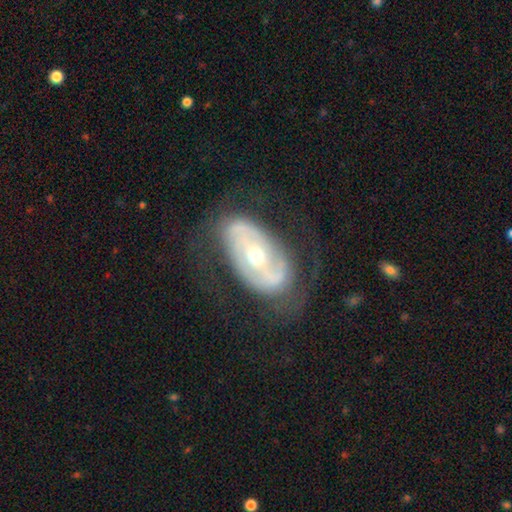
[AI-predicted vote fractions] featured or disk 79%, smooth 15%, star or artifact 6%. Down the decision tree: edge-on disk — no (93%); bar — no (41%); spiral arms — yes (74%); spiral arm count — 2 (68%); spiral winding — tight (40%); bulge size — moderate (54%); merging — none (66%).